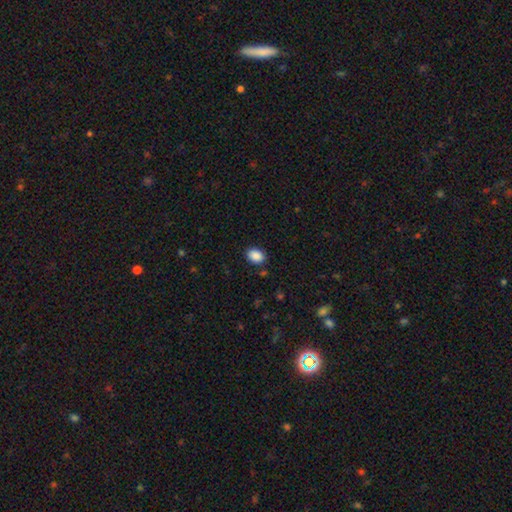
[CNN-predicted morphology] Smooth or featured? Predicted: smooth (p=0.89). How rounded? Predicted: in between (p=0.72). Merging? Predicted: none (p=0.86).